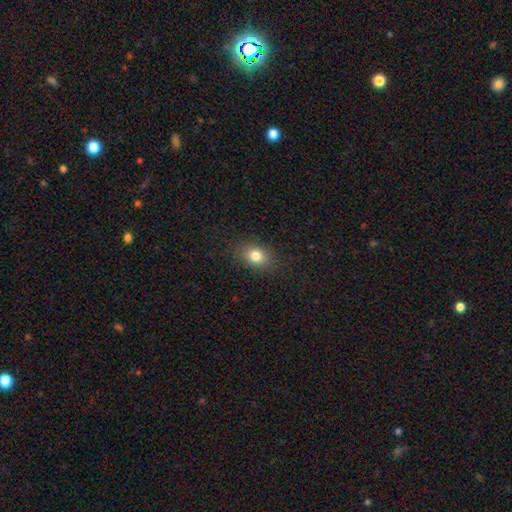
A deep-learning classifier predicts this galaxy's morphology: A smooth galaxy with no disk features (79%) that is in between round and cigar-shaped (61%).

Vote fractions:
- Smooth or featured? smooth: 79% / star or artifact: 12% / featured or disk: 9%
- How rounded? in between: 61% / round: 38% / cigar-shaped: 1%
- Merging? none: 86% / minor disturbance: 10% / major disturbance: 3% / merger: 1%